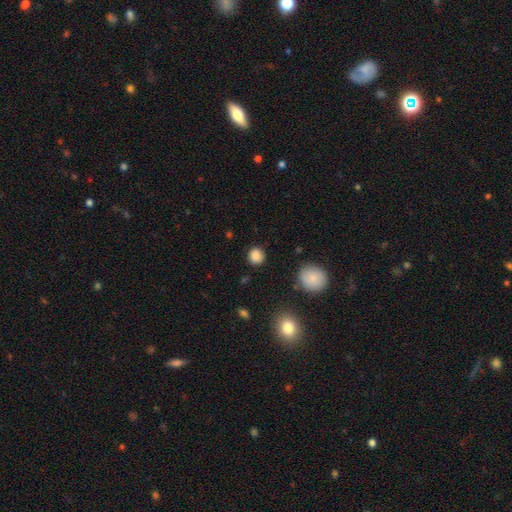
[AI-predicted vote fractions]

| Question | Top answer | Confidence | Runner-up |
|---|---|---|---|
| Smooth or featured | smooth | 86% | star or artifact (10%) |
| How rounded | round | 88% | in between (11%) |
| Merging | none | 86% | minor disturbance (9%) |